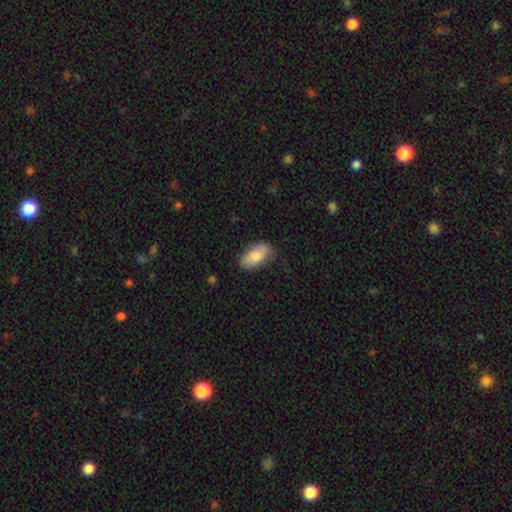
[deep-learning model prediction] Morphology: type=smooth (80%); roundness=in between (93%); merging=none (75%).